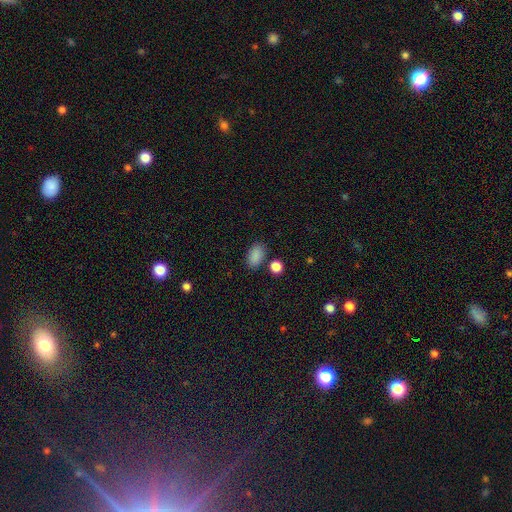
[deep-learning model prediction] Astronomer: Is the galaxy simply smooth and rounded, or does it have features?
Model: smooth — 88%.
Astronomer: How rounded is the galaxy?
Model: in between — 90%.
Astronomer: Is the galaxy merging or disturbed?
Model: none — 81%.